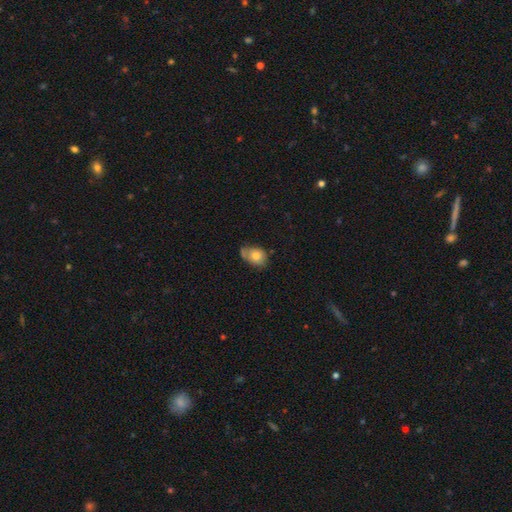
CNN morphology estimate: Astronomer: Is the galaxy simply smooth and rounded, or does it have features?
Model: smooth — 71%.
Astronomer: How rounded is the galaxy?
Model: in between — 66%.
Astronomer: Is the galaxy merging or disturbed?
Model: none — 45% (runner-up: minor disturbance, 35%).